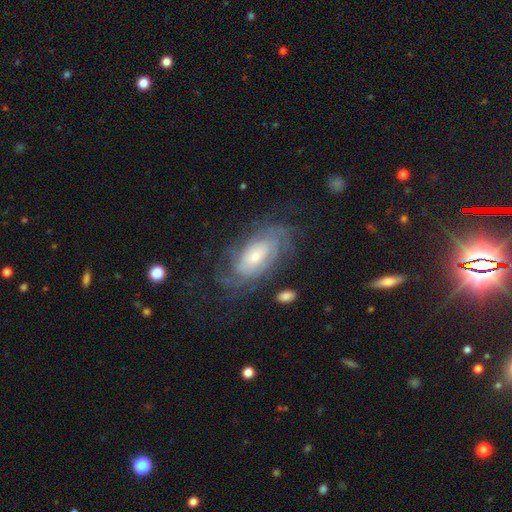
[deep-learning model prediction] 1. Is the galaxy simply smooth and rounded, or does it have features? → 80% featured or disk, 13% smooth, 7% star or artifact.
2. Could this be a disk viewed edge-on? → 94% no, 6% yes.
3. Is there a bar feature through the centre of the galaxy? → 66% no, 27% weak, 7% strong.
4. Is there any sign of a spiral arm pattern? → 92% yes, 8% no.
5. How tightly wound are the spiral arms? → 65% tight, 26% medium, 9% loose.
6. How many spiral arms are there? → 49% can't tell, 15% 2, 12% 3, 12% 4, 6% more than 4, 5% 1.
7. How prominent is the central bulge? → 49% small, 39% moderate, 8% large, 2% none, 2% dominant.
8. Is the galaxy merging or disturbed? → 68% none, 17% minor disturbance, 13% major disturbance, 2% merger.